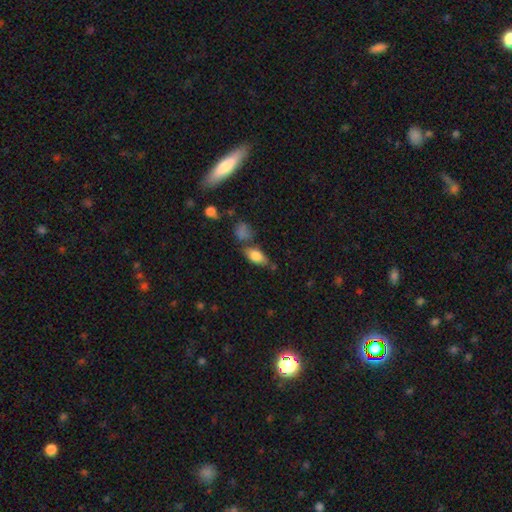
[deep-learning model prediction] smooth 77%, featured or disk 16%, star or artifact 8%. Down the decision tree: how rounded — in between (84%); merging — none (62%).